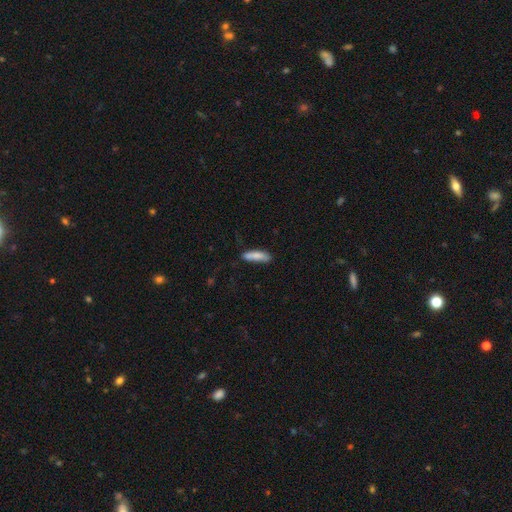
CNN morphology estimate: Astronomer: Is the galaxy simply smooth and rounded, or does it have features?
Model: smooth — 83%.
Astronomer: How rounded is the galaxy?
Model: cigar-shaped — 68%.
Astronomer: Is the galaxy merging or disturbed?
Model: none — 72%.